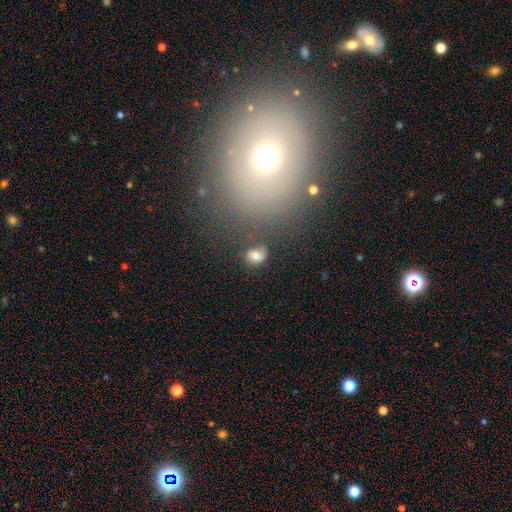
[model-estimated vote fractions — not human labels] Morphology: type=smooth (70%); roundness=round (52%); merging=none (60%).